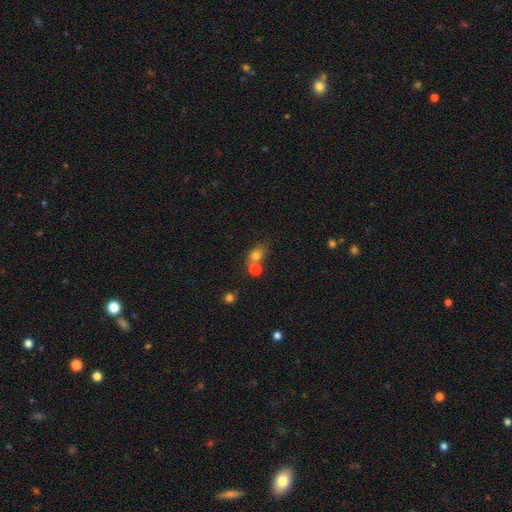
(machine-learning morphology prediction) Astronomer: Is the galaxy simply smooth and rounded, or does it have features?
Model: smooth — 76%.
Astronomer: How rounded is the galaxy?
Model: round — 53% (runner-up: in between, 46%).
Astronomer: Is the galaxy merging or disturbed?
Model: merger — 44% (runner-up: none, 42%).